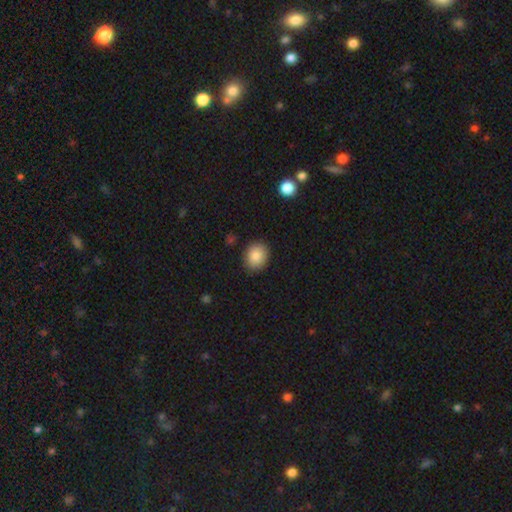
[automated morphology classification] This is clearly a smooth galaxy (86%). How rounded: possibly round (58%). Merging: clearly none (87%).